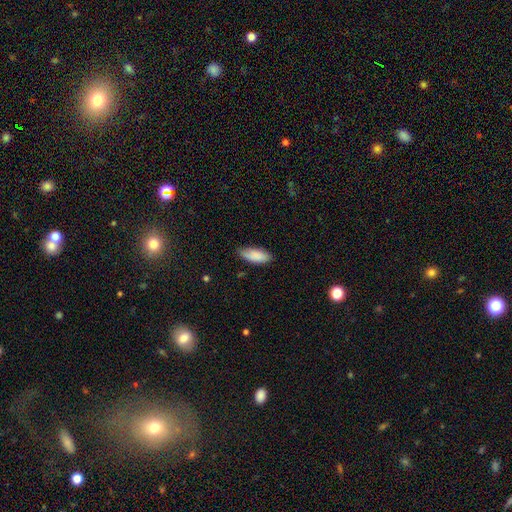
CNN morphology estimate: smooth 87%, featured or disk 7%, star or artifact 6%. Down the decision tree: how rounded — in between (82%); merging — none (76%).